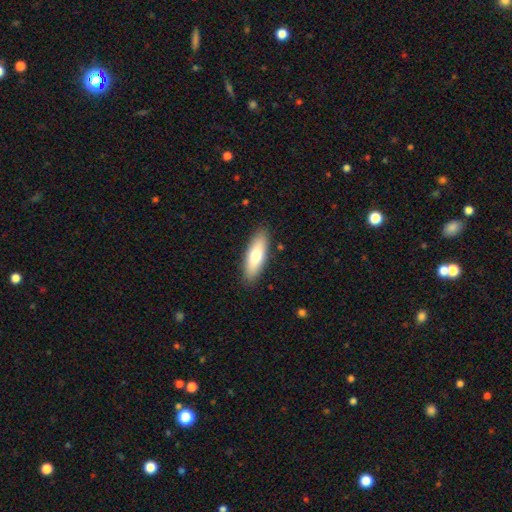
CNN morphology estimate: A smooth galaxy with no disk features (70%) that is in between round and cigar-shaped (57%). Merging: none (88%).